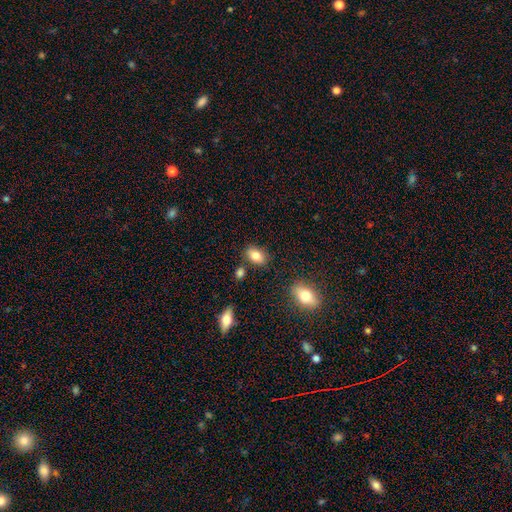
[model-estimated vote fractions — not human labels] smooth-or-featured: smooth: 83% | featured or disk: 9% | star or artifact: 8%
  how-rounded: in between: 88% | round: 9% | cigar-shaped: 2%
  merging: none: 80% | minor disturbance: 11% | merger: 6% | major disturbance: 3%